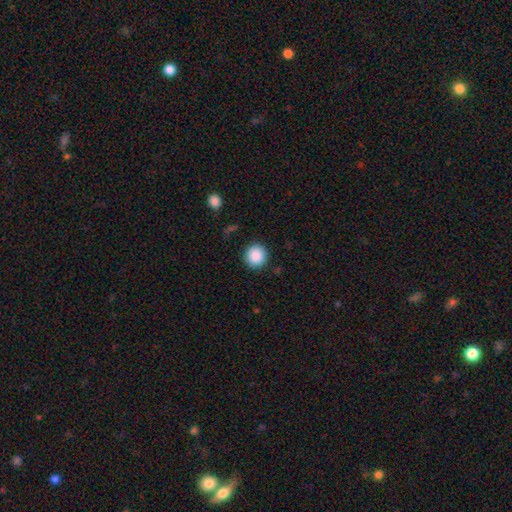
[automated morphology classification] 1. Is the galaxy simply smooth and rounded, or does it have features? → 89% smooth, 8% star or artifact, 3% featured or disk.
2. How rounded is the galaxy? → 91% round, 8% in between, 1% cigar-shaped.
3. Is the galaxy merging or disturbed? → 90% none, 6% minor disturbance, 2% major disturbance, 1% merger.